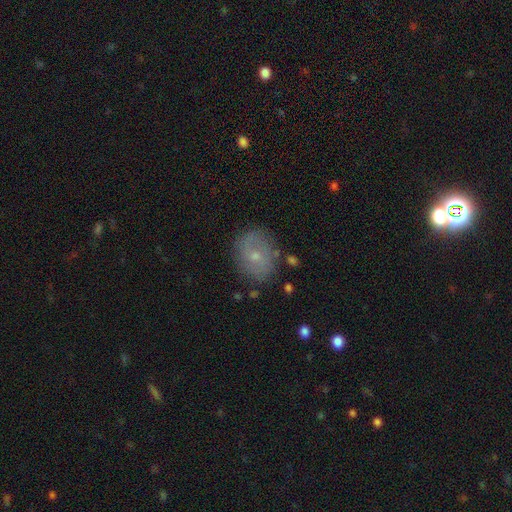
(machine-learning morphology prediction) Smooth or featured?
  - smooth: 50% *
  - featured or disk: 39%
  - star or artifact: 11%
Merging?
  - none: 76% *
  - minor disturbance: 16%
  - major disturbance: 5%
  - merger: 2%